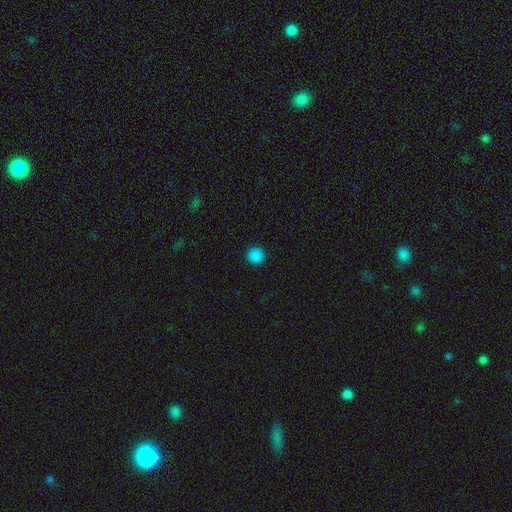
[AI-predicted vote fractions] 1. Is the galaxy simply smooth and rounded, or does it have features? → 86% smooth, 12% star or artifact, 2% featured or disk.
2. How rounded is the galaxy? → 93% round, 6% in between, 1% cigar-shaped.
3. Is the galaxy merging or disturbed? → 92% none, 5% minor disturbance, 2% major disturbance, 1% merger.